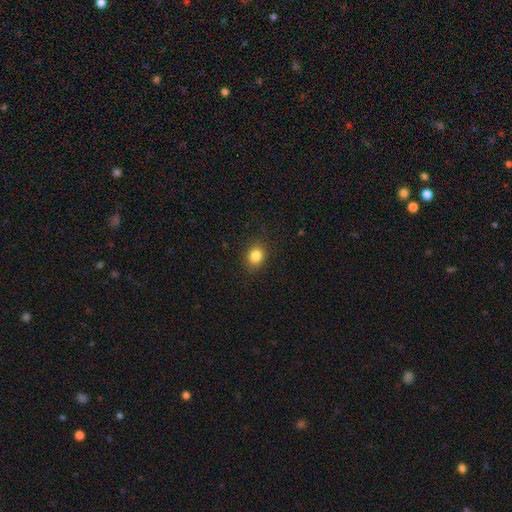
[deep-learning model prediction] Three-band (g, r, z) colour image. It shows a smooth galaxy with no disk features (84%) that is round (56%). Merging: none (86%).